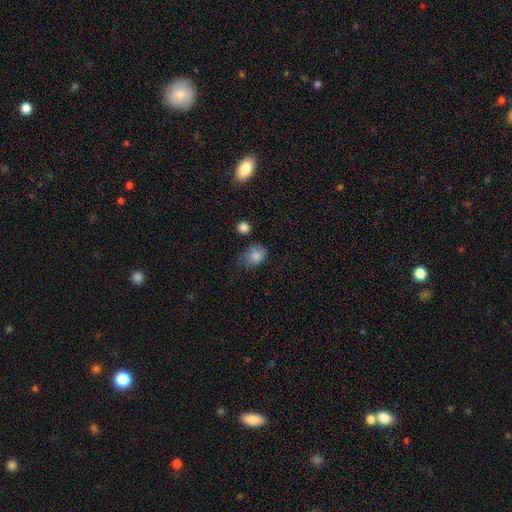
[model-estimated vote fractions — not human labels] This is clearly a smooth galaxy (82%). How rounded: likely in between (65%). Merging: marginally none (45%).